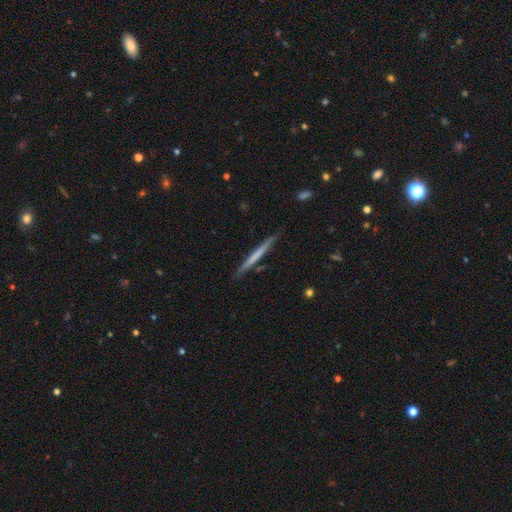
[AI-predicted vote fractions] smooth 52%, featured or disk 43%, star or artifact 5%. Down the decision tree: how rounded — cigar-shaped (97%); merging — none (87%).